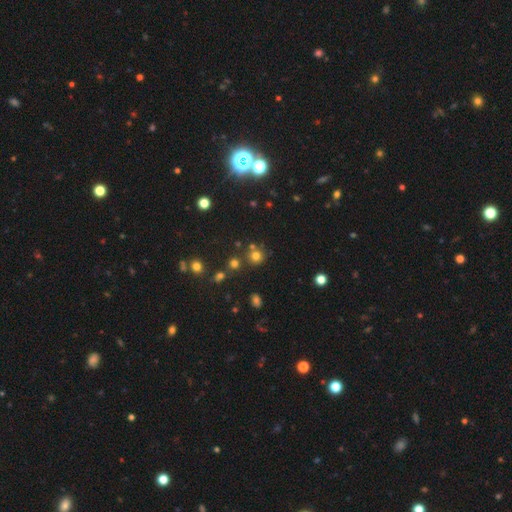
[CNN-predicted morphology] smooth 68%, star or artifact 23%, featured or disk 8%. Down the decision tree: how rounded — round (90%); merging — none (74%).